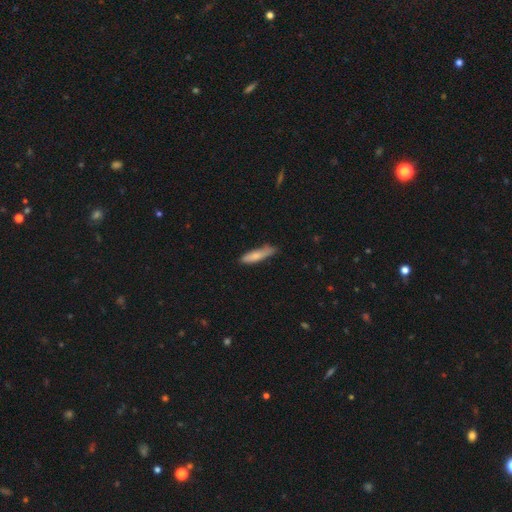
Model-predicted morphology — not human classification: Smooth or featured: smooth — 76% (featured or disk — 18%)
How rounded: cigar-shaped — 77% (in between — 22%)
Merging: none — 71% (minor disturbance — 23%)